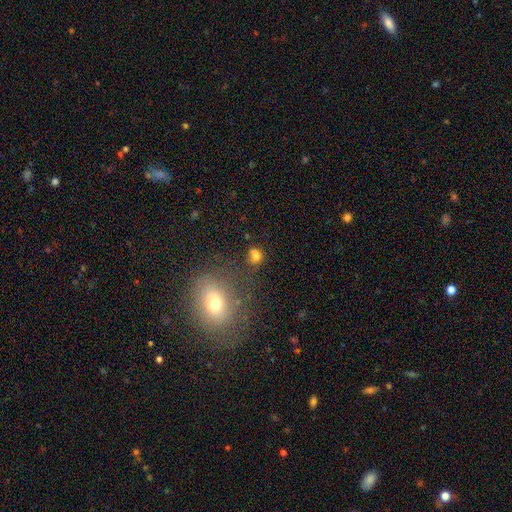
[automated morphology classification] Smooth or featured? smooth (72%)
How rounded? round (68%)
Merging? none (62%)